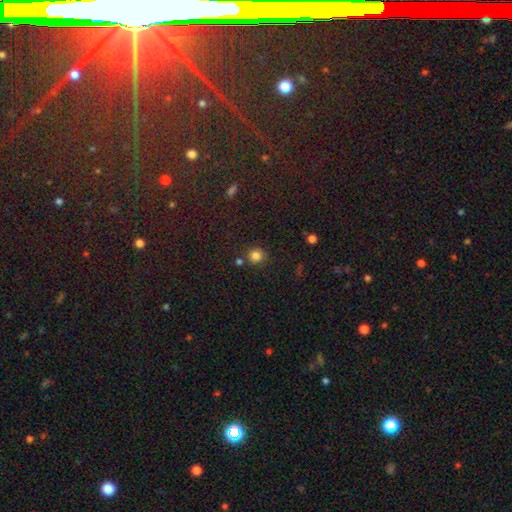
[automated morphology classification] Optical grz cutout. It shows a smooth galaxy with no disk features (82%) that is round (90%). Merging: none (81%).